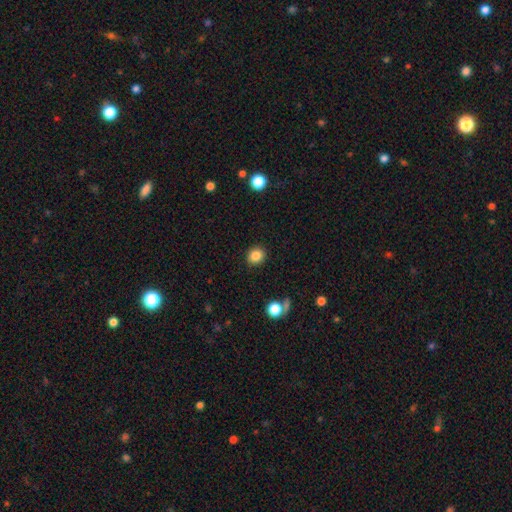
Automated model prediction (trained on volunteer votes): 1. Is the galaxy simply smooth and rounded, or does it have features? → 85% smooth, 10% star or artifact, 4% featured or disk.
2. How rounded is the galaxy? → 79% round, 20% in between, 1% cigar-shaped.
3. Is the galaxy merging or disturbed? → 90% none, 7% minor disturbance, 2% major disturbance, 1% merger.